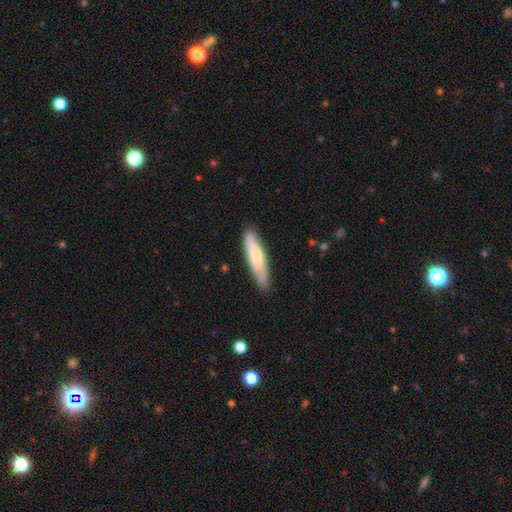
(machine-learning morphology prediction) Overall: smooth (74%). How rounded: cigar-shaped (80%). Merging: none (82%).